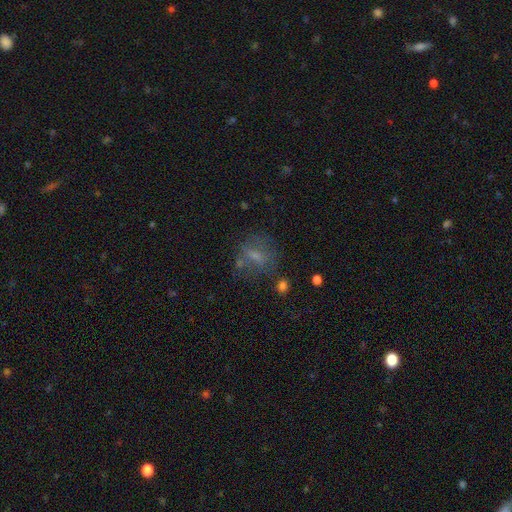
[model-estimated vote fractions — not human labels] Morphology: type=smooth (52%); roundness=in between (48%); merging=none (52%).